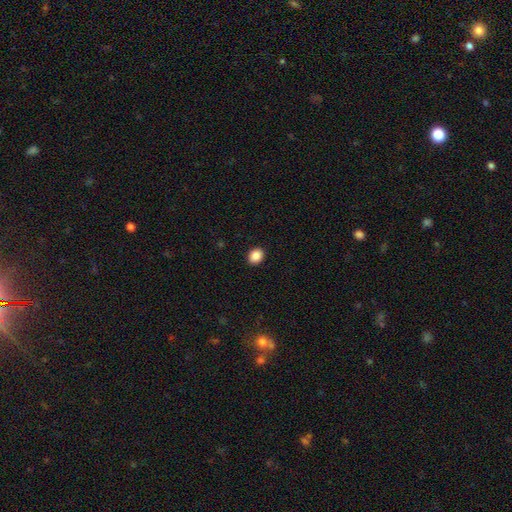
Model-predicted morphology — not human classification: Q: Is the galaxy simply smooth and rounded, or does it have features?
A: smooth — 88%.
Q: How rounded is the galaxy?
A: round — 58%.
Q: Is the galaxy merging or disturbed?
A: none — 92%.